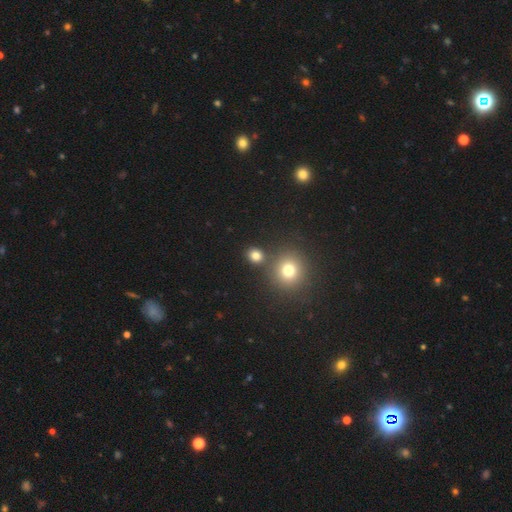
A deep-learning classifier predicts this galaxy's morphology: Q: Smooth or featured?
A: smooth (78%); runner-up: star or artifact (16%)
Q: How rounded?
A: round (77%); runner-up: in between (22%)
Q: Merging?
A: none (78%); runner-up: merger (12%)